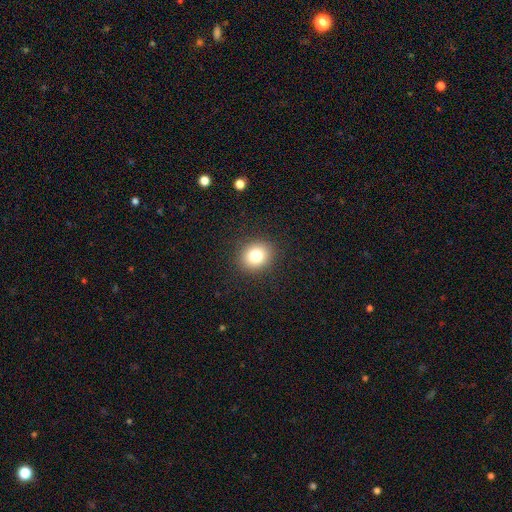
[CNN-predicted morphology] This appears to be a smooth galaxy with no disk features (80%) that is round (71%). Merging: none (90%).